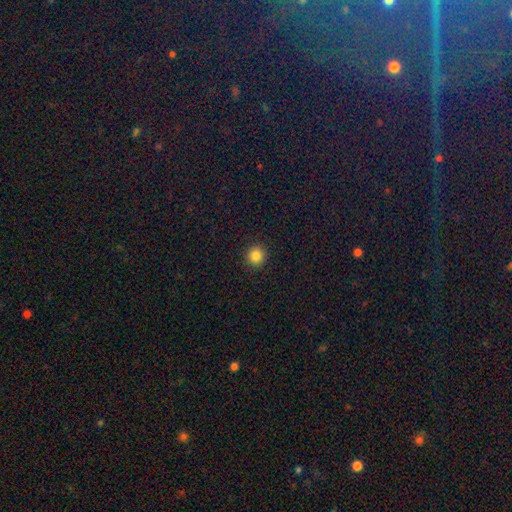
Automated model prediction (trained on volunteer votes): The model was most divided on "smooth or featured": smooth: 85%, star or artifact: 11%, featured or disk: 4%. More confident: how rounded — round (92%); merging — none (92%).